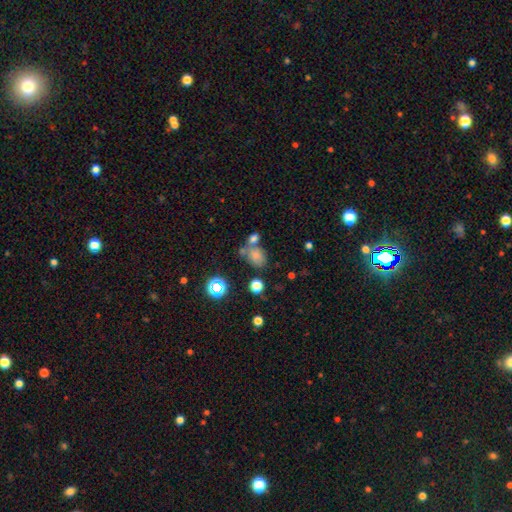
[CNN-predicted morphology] The model was most divided on "merging": none: 47%, merger: 30%, minor disturbance: 15%, major disturbance: 7%. More confident: smooth or featured — smooth (72%); how rounded — in between (66%).